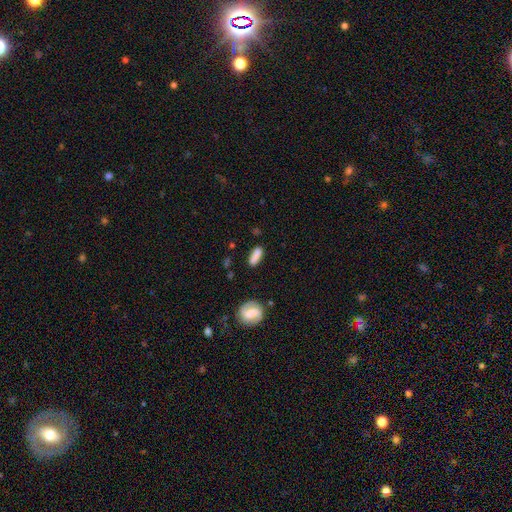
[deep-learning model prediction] The model was most divided on "how rounded": in between: 50%, cigar-shaped: 46%, round: 4%. More confident: smooth or featured — smooth (80%); merging — none (80%).